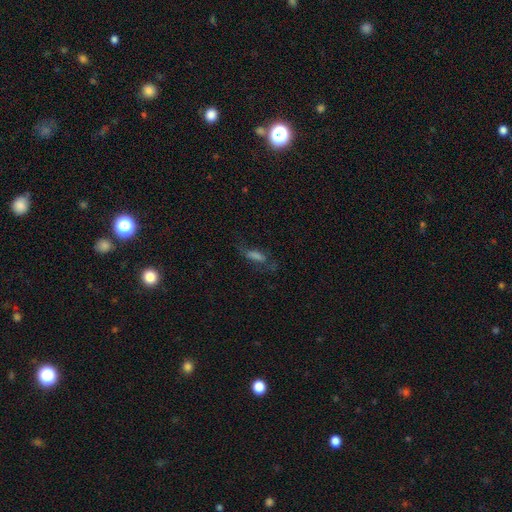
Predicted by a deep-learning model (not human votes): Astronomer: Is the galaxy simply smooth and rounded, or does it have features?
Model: smooth — 46% (runner-up: featured or disk, 32%).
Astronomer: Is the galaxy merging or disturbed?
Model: none — 54%.